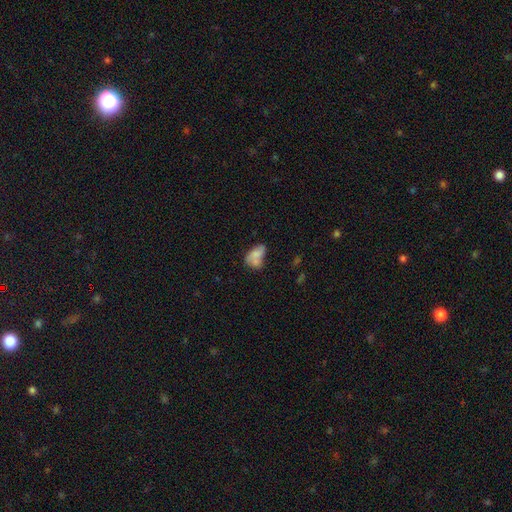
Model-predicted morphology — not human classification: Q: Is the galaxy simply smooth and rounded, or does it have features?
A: smooth — 60%.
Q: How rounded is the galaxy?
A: in between — 85%.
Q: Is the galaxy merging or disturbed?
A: merger — 40%.